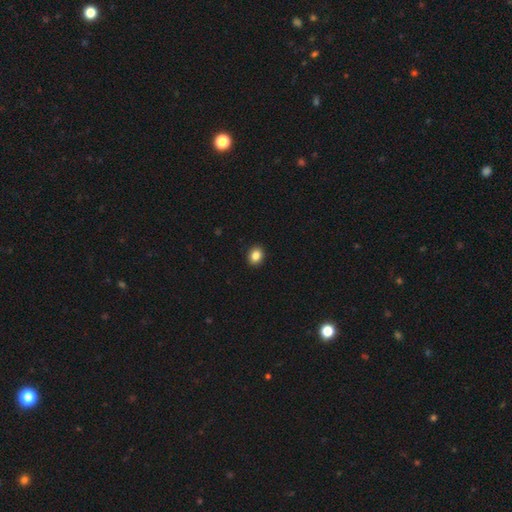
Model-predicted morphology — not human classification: smooth-or-featured: smooth: 86% | star or artifact: 10% | featured or disk: 5%
  how-rounded: round: 54% | in between: 45% | cigar-shaped: 1%
  merging: none: 92% | minor disturbance: 5% | major disturbance: 1% | merger: 1%